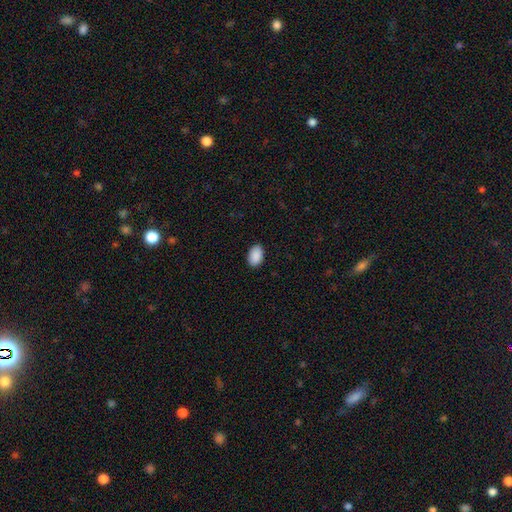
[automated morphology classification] Smooth or featured? smooth (91%)
How rounded? in between (92%)
Merging? none (89%)